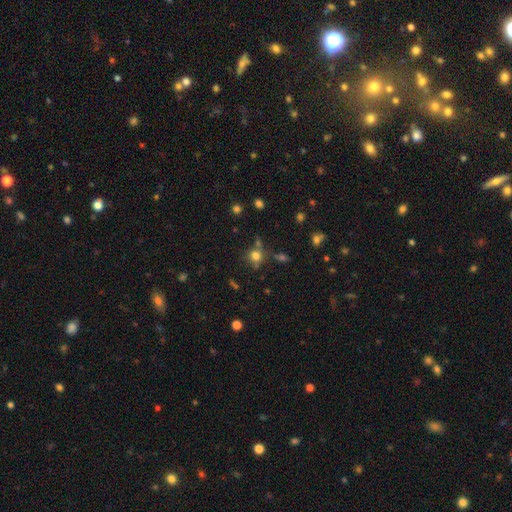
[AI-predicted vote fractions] A smooth galaxy with no disk features (73%) that is round (85%).

Vote fractions:
- Smooth or featured? smooth: 73% / star or artifact: 18% / featured or disk: 9%
- How rounded? round: 85% / in between: 14% / cigar-shaped: 1%
- Merging? none: 68% / minor disturbance: 14% / merger: 13% / major disturbance: 5%